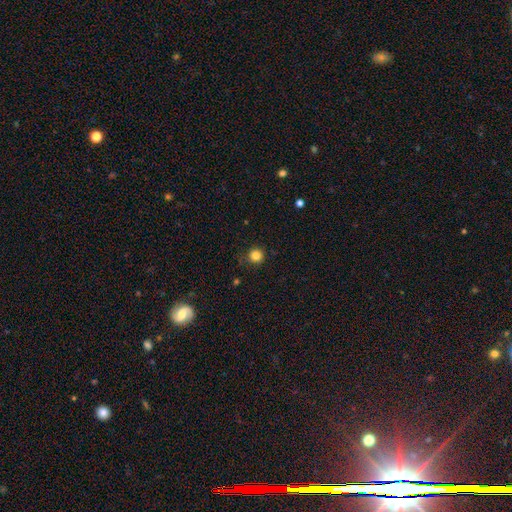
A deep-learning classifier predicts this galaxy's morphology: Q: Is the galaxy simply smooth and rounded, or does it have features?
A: smooth — 83%.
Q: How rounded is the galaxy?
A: round — 95%.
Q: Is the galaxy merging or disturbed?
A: none — 87%.